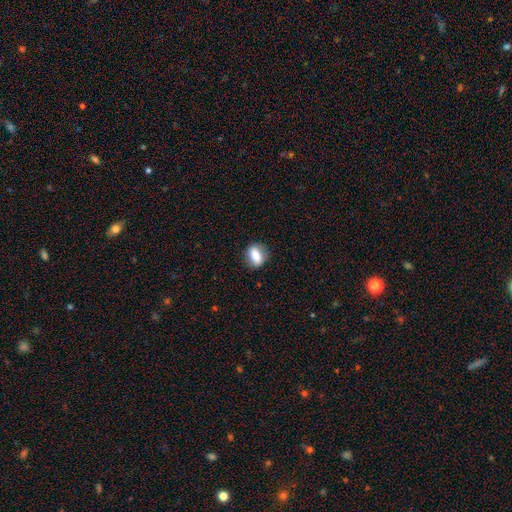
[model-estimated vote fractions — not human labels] Morphology: type=smooth (74%); roundness=in between (65%); merging=none (82%).